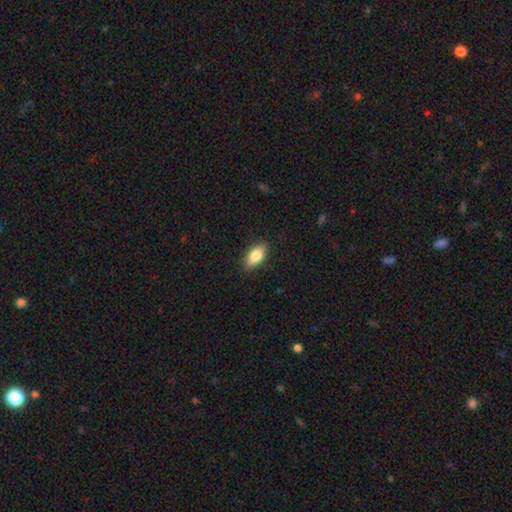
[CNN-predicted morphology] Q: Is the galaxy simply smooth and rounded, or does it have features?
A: smooth — 81%.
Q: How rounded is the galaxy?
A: in between — 86%.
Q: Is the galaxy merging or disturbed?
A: none — 87%.